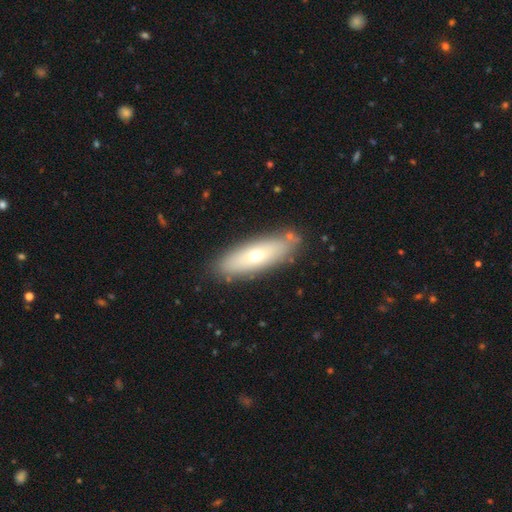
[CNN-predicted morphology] Overall: smooth (56%; featured or disk 36%). How rounded: in between (54%; cigar-shaped 43%). Merging: none (83%).